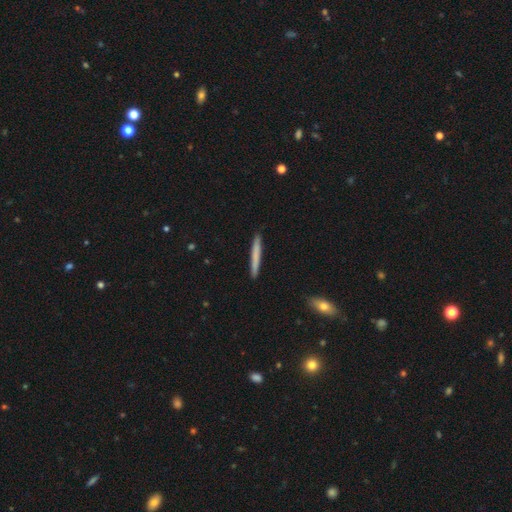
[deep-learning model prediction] smooth-or-featured: smooth: 71% | featured or disk: 24% | star or artifact: 5%
  how-rounded: cigar-shaped: 97% | in between: 2% | round: 1%
  merging: none: 92% | minor disturbance: 6% | major disturbance: 1% | merger: 1%